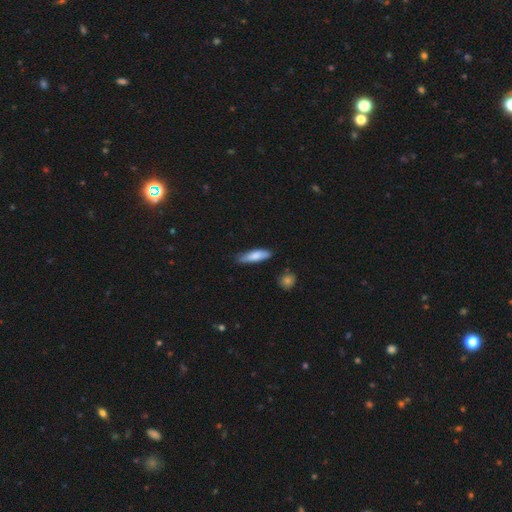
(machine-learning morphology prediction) This is likely a smooth galaxy (79%). How rounded: likely cigar-shaped (60%). Merging: likely none (75%).